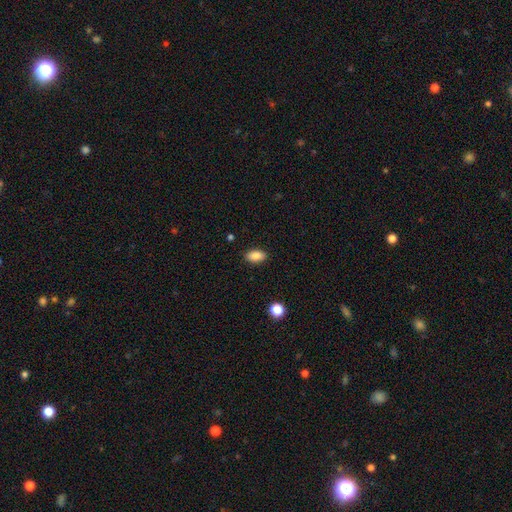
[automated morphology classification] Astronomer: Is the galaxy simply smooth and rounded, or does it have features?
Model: smooth — 87%.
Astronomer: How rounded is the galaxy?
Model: in between — 91%.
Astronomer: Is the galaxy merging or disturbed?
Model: none — 89%.